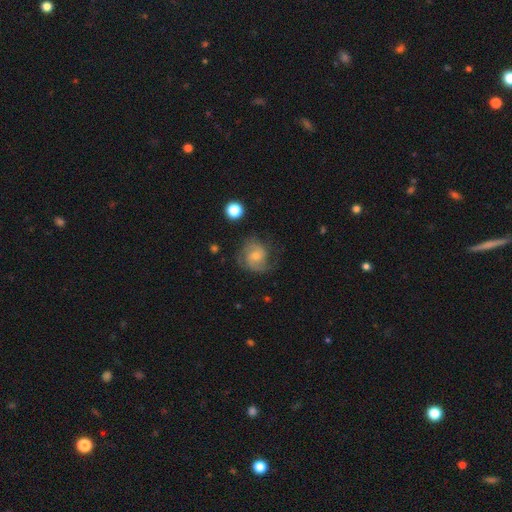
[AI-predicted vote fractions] Smooth or featured? featured or disk (71%)
Edge-on disk? no (98%)
Bar? no (59%)
Spiral arms? yes (94%)
Spiral winding? medium (49%)
Spiral arm count? 2 (72%)
Bulge size? small (47%)
Merging? none (67%)